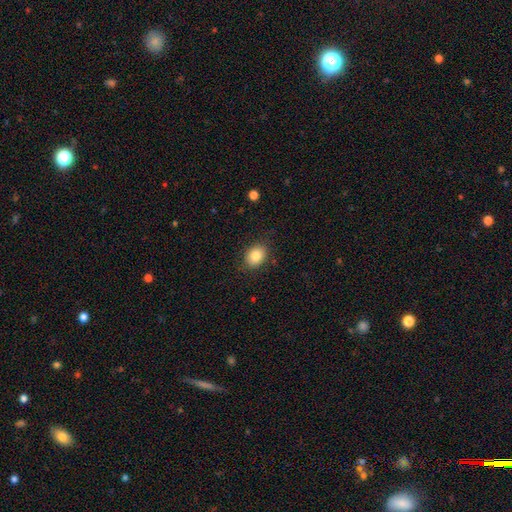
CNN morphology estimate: Q: Smooth or featured?
A: smooth (83%); runner-up: star or artifact (9%)
Q: How rounded?
A: in between (61%); runner-up: round (39%)
Q: Merging?
A: none (85%); runner-up: minor disturbance (11%)